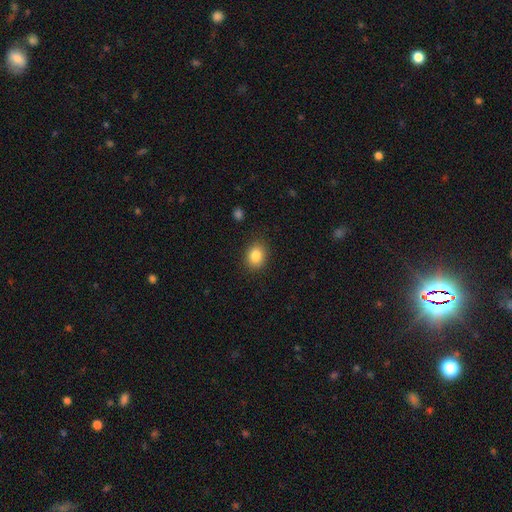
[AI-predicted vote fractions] Smooth or featured? Predicted: smooth (p=0.84). How rounded? Predicted: round (p=0.53). Merging? Predicted: none (p=0.87).